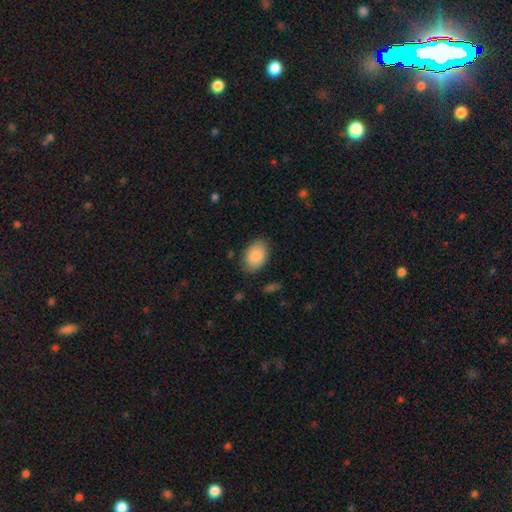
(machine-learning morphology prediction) This appears to be a smooth galaxy with no disk features (87%) that is in between round and cigar-shaped (85%). Merging: none (82%).